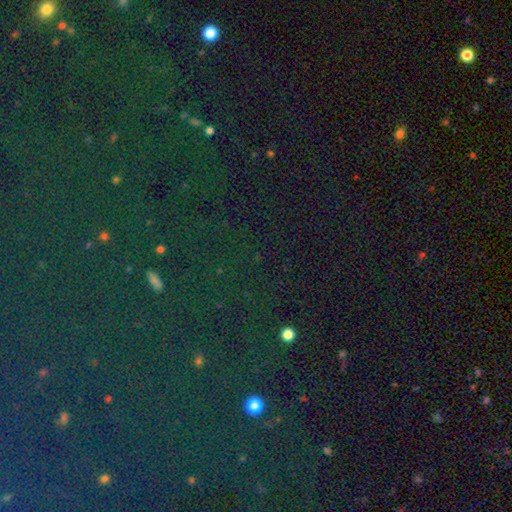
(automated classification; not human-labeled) smooth_or_featured: star or artifact (p=0.82) [alt: smooth p=0.11]